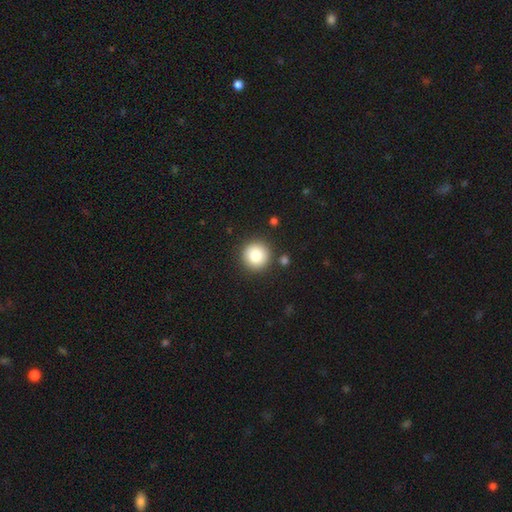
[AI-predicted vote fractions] smooth 83%, star or artifact 9%, featured or disk 8%. Down the decision tree: how rounded — round (95%); merging — none (88%).